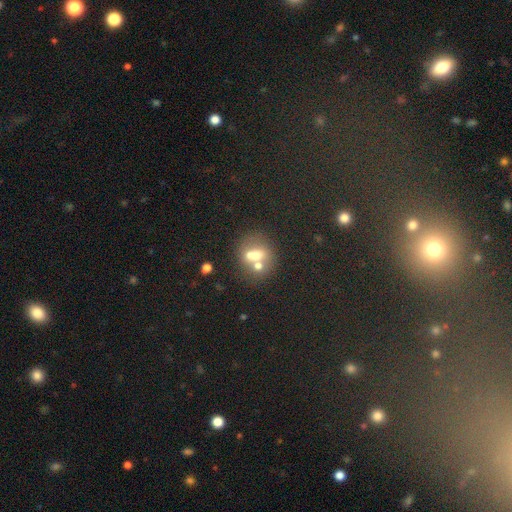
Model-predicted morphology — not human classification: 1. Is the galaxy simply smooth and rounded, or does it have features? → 58% smooth, 28% featured or disk, 14% star or artifact.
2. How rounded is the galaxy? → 64% round, 34% in between, 2% cigar-shaped.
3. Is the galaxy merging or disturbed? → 51% merger, 35% none, 9% minor disturbance, 5% major disturbance.